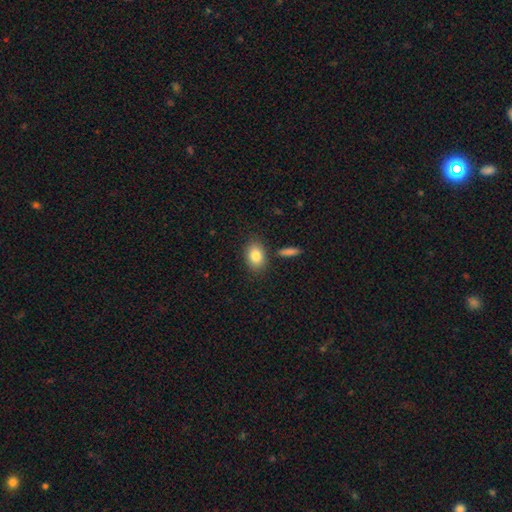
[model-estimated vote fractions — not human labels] Smooth or featured: smooth — 84% (featured or disk — 8%)
How rounded: in between — 76% (round — 22%)
Merging: none — 81% (minor disturbance — 10%)